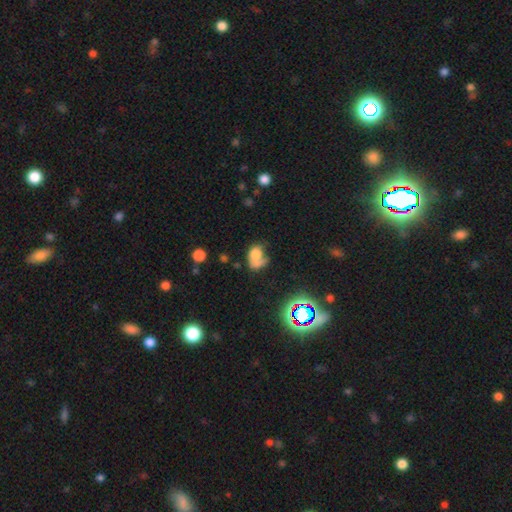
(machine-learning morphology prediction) Overall: smooth (56%; featured or disk 29%). How rounded: in between (69%; round 30%). Merging: major disturbance (33%; none 29%).